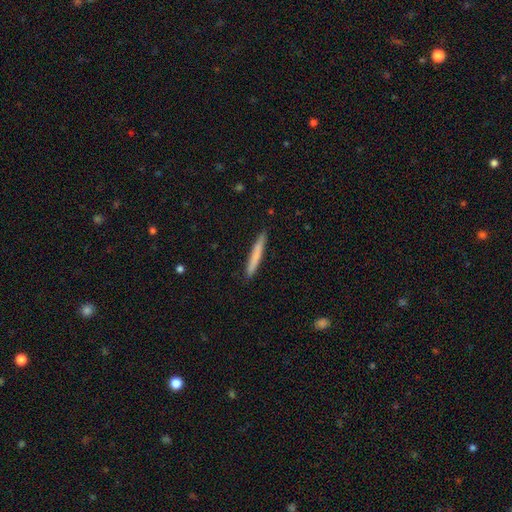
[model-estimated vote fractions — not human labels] This is likely a smooth galaxy (75%). How rounded: clearly cigar-shaped (96%). Merging: clearly none (91%).